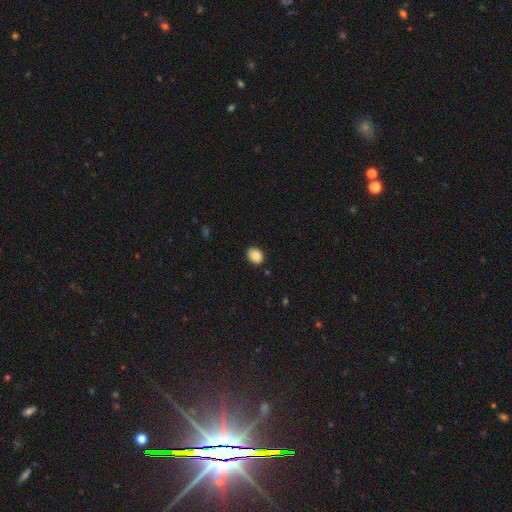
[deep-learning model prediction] This appears to be a smooth galaxy with no disk features (86%) that is in between round and cigar-shaped (54%). Merging: none (85%).